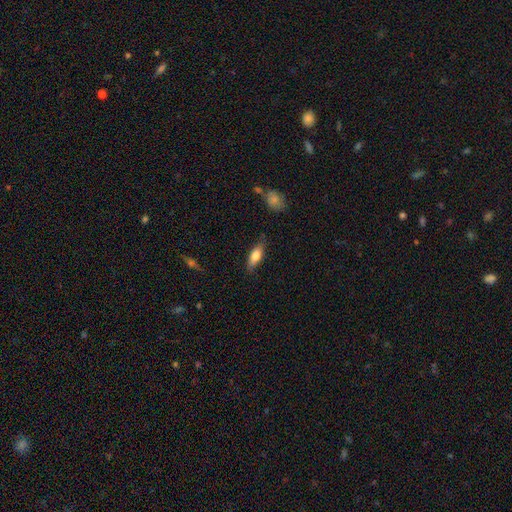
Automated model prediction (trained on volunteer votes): Morphology: type=smooth (73%); roundness=in between (68%); merging=none (80%).